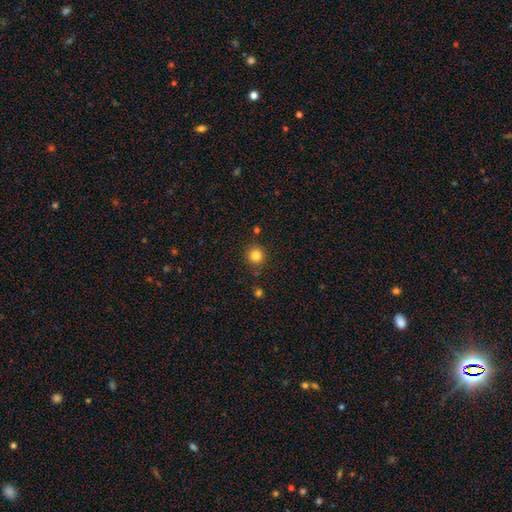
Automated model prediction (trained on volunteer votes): This appears to be a smooth galaxy with no disk features (83%) that is round (93%). Merging: none (87%).